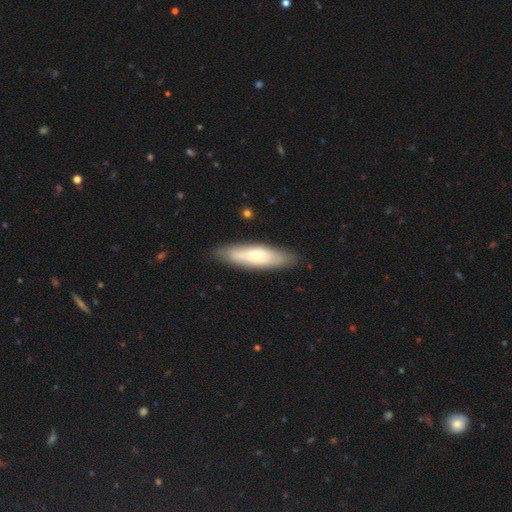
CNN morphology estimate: A smooth galaxy with no disk features (55%) that is cigar-shaped (58%). Merging: none (85%).